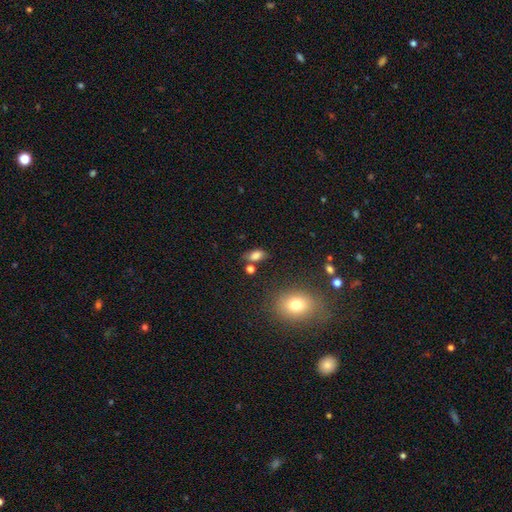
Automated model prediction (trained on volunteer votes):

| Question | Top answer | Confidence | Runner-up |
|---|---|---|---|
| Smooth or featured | smooth | 80% | star or artifact (12%) |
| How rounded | in between | 86% | round (9%) |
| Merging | none | 68% | minor disturbance (16%) |